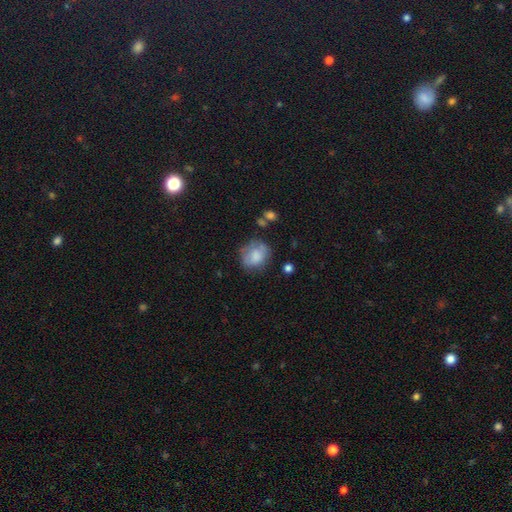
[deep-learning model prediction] Smooth or featured?
  - smooth: 71% *
  - featured or disk: 21%
  - star or artifact: 9%
How rounded?
  - round: 64% *
  - in between: 35%
  - cigar-shaped: 1%
Merging?
  - none: 57% *
  - minor disturbance: 26%
  - major disturbance: 13%
  - merger: 5%